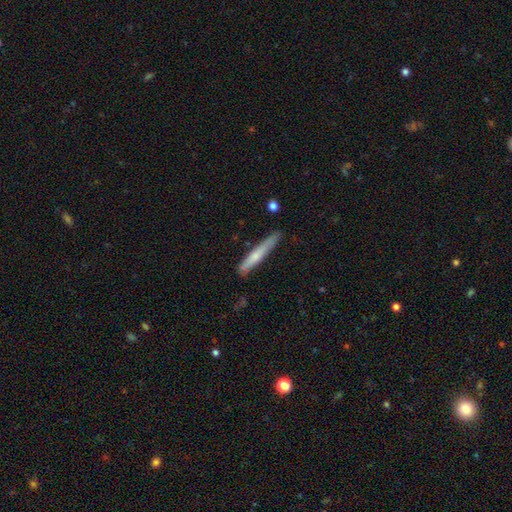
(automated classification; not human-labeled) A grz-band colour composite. It shows a smooth galaxy with no disk features (59%) that is cigar-shaped (95%). Merging: none (77%).